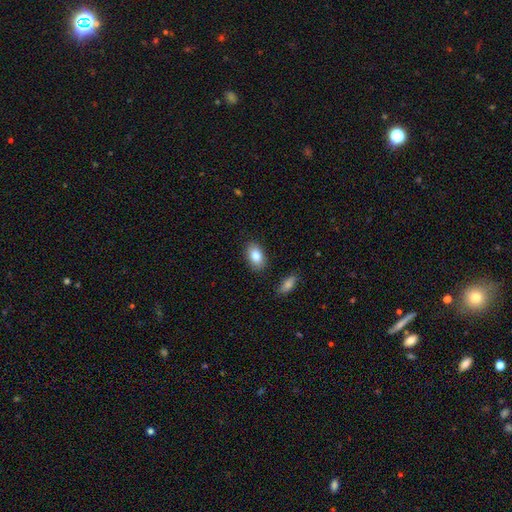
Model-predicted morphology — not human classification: smooth_or_featured: smooth (p=0.84) [alt: featured or disk p=0.09]
how_rounded: in between (p=0.89) [alt: round p=0.10]
merging: none (p=0.86) [alt: minor disturbance p=0.10]